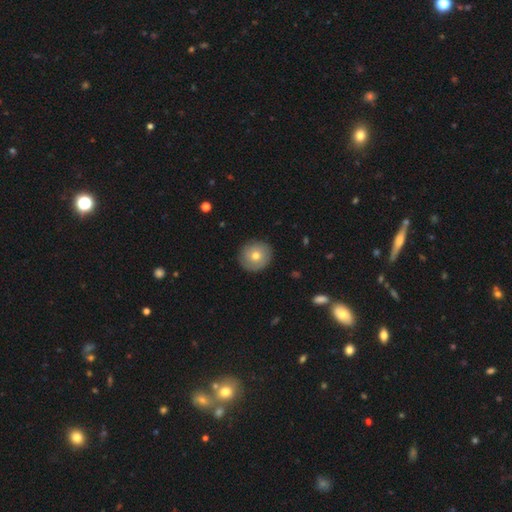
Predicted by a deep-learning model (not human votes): Q: Smooth or featured?
A: smooth (69%); runner-up: featured or disk (23%)
Q: How rounded?
A: round (91%); runner-up: in between (8%)
Q: Merging?
A: none (89%); runner-up: minor disturbance (8%)